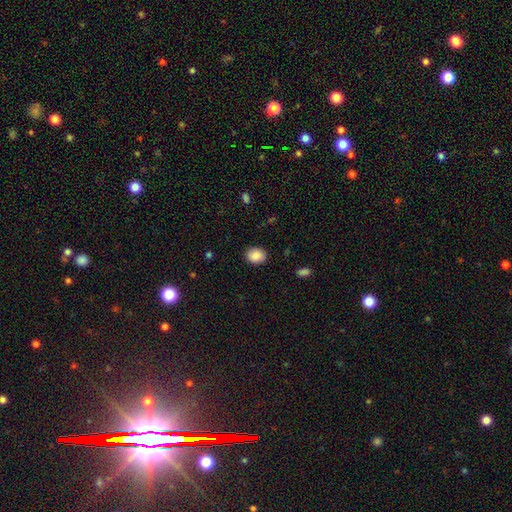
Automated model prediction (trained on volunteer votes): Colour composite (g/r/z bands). It shows a smooth galaxy with no disk features (88%) that is in between round and cigar-shaped (55%). Merging: none (88%).